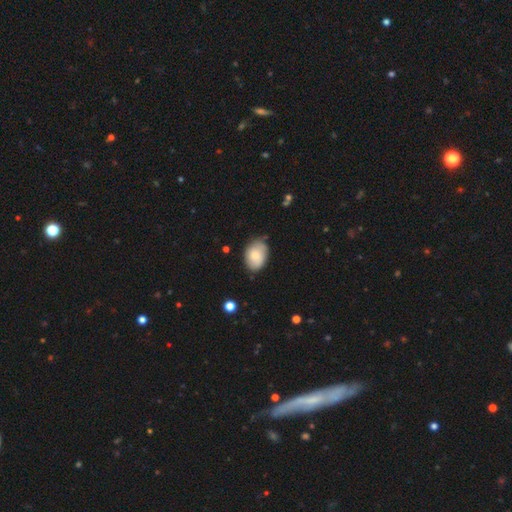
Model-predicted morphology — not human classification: The model was most divided on "merging": none: 69%, minor disturbance: 25%, major disturbance: 4%, merger: 2%. More confident: how rounded — in between (81%); smooth or featured — smooth (73%).